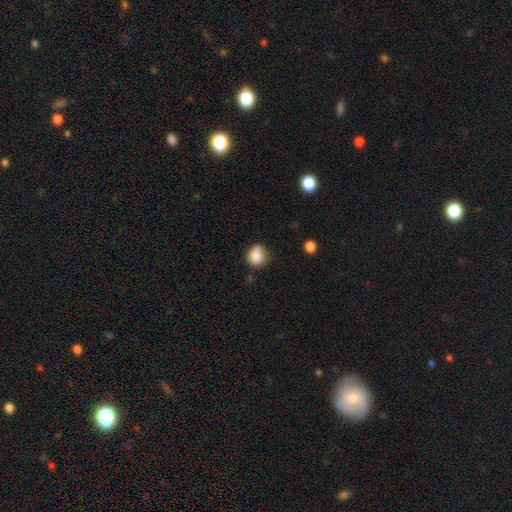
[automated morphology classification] Smooth or featured?
  - smooth: 85% *
  - star or artifact: 9%
  - featured or disk: 6%
How rounded?
  - round: 73% *
  - in between: 26%
  - cigar-shaped: 1%
Merging?
  - none: 61% *
  - minor disturbance: 28%
  - major disturbance: 7%
  - merger: 4%